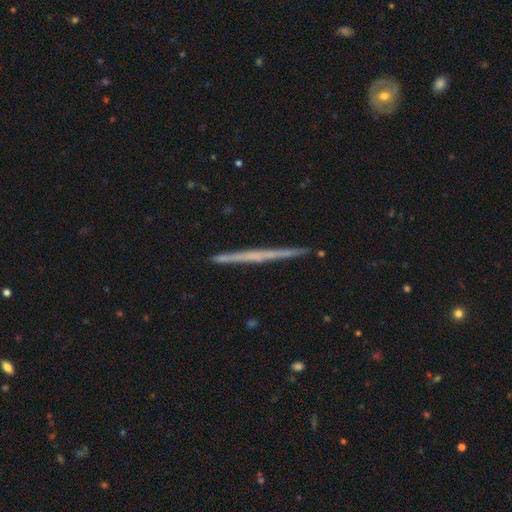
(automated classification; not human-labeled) A featured or disk galaxy (64%) viewed edge-on (98%) with no central bulge (86%).

Vote fractions:
- Smooth or featured? featured or disk: 64% / smooth: 31% / star or artifact: 6%
- Edge-on disk? yes: 98% / no: 2%
- Edge-on bulge? none: 86% / rounded: 10% / boxy: 4%
- Merging? none: 92% / minor disturbance: 6% / merger: 1% / major disturbance: 1%